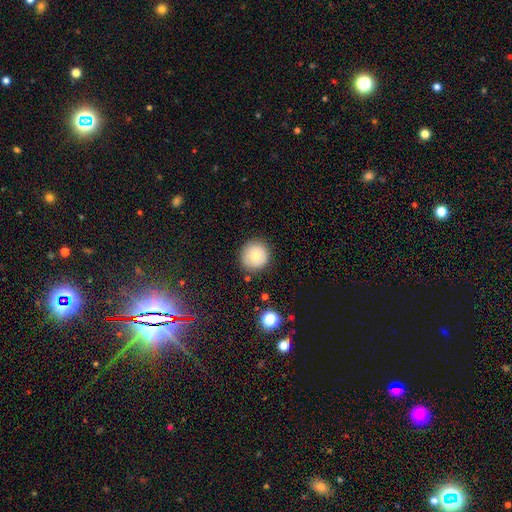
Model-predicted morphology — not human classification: This is likely a smooth galaxy (75%). How rounded: clearly round (94%). Merging: clearly none (86%).